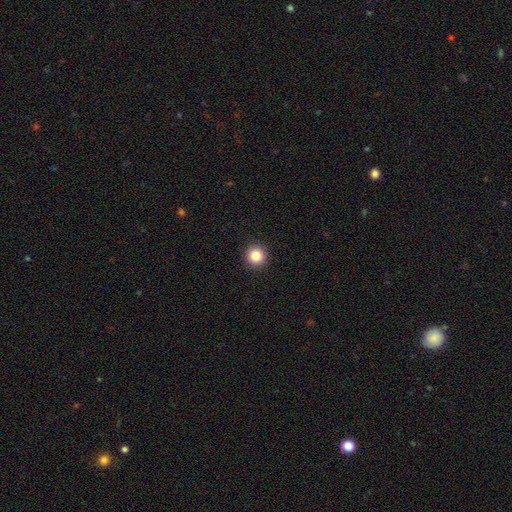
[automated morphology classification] Smooth or featured: smooth — 85% (star or artifact — 11%)
How rounded: round — 95% (in between — 4%)
Merging: none — 93% (minor disturbance — 5%)